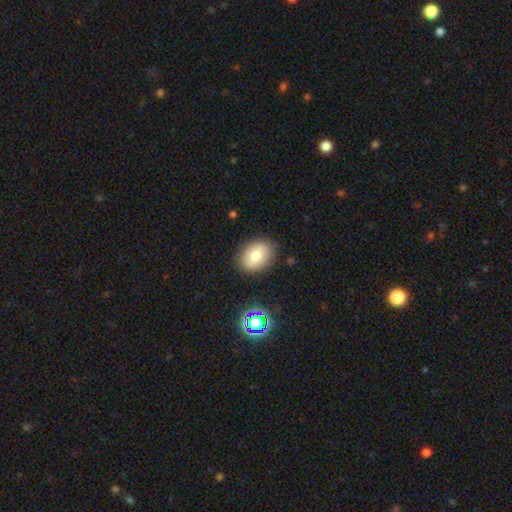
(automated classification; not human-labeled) Smooth or featured: smooth — 77% (featured or disk — 13%)
How rounded: in between — 75% (round — 24%)
Merging: none — 84% (minor disturbance — 11%)